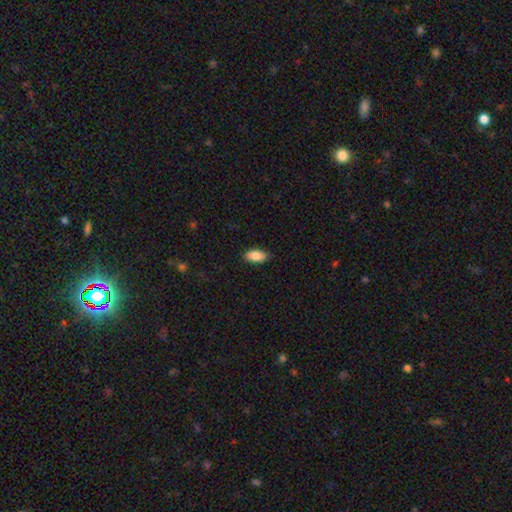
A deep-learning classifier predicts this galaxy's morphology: smooth 86%, featured or disk 7%, star or artifact 7%. Down the decision tree: how rounded — in between (91%); merging — none (87%).